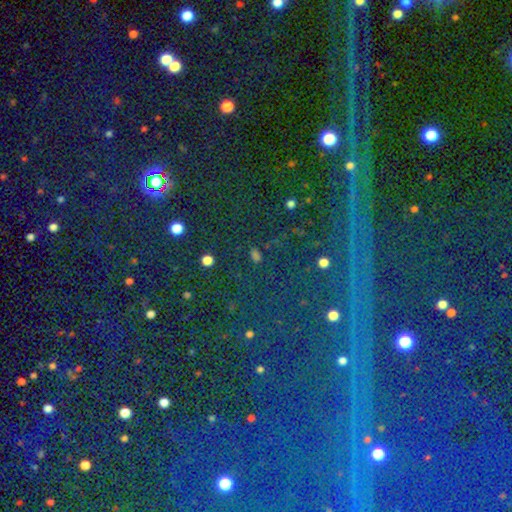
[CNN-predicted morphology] Smooth or featured? Predicted: star or artifact (p=0.57).